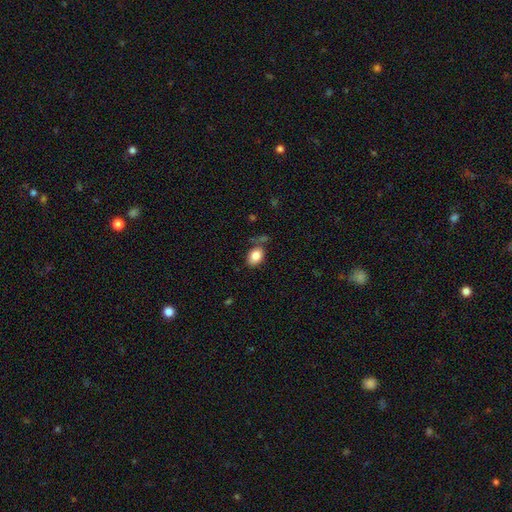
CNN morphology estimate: The model was most divided on "merging": none: 67%, minor disturbance: 18%, merger: 9%, major disturbance: 6%. More confident: smooth or featured — smooth (84%); how rounded — in between (80%).